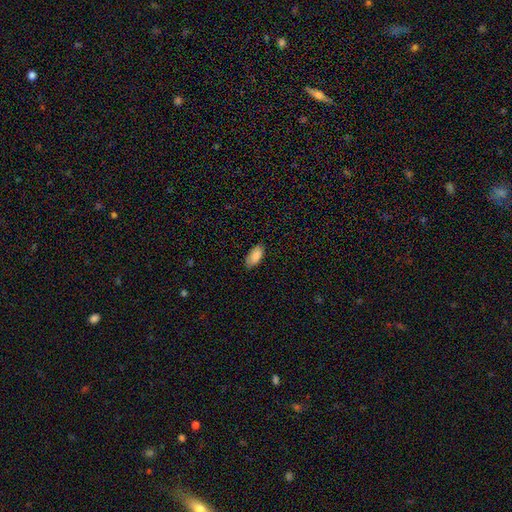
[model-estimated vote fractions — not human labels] Smooth or featured? Predicted: smooth (p=0.87). How rounded? Predicted: in between (p=0.92). Merging? Predicted: none (p=0.80).